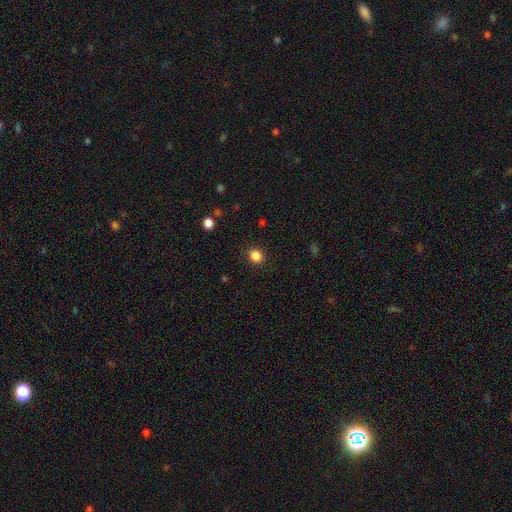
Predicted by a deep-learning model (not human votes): A smooth galaxy with no disk features (86%) that is round (73%).

Vote fractions:
- Smooth or featured? smooth: 86% / star or artifact: 11% / featured or disk: 3%
- How rounded? round: 73% / in between: 26% / cigar-shaped: 1%
- Merging? none: 88% / minor disturbance: 8% / major disturbance: 3% / merger: 1%